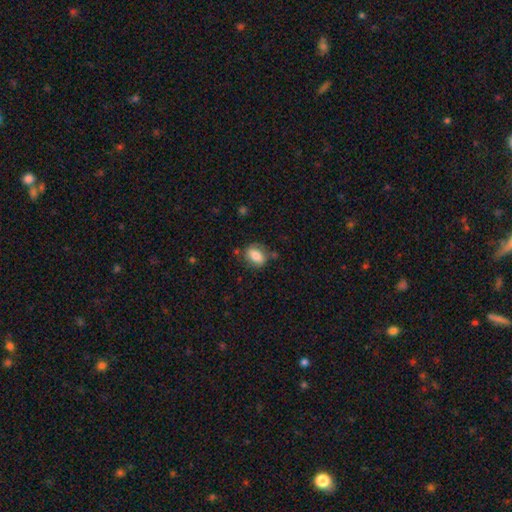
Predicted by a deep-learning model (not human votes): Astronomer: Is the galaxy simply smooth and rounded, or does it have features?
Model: smooth — 80%.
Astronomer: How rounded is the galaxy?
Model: in between — 79%.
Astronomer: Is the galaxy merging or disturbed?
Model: none — 72%.